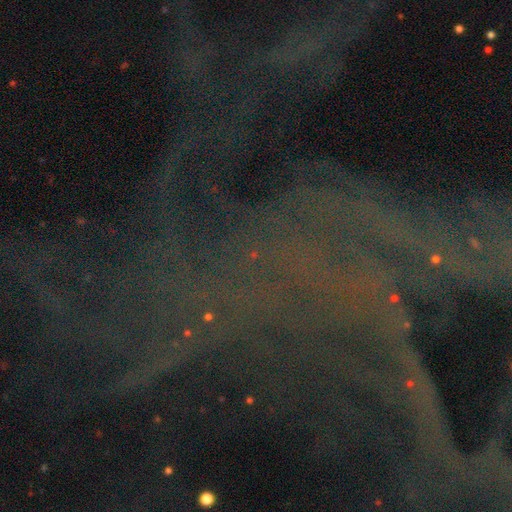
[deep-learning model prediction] Overall: star or artifact (81%).